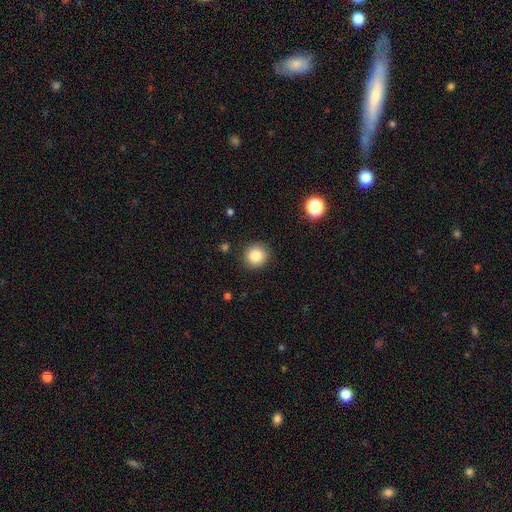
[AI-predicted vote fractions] Smooth or featured: smooth — 85% (star or artifact — 10%)
How rounded: round — 91% (in between — 8%)
Merging: none — 89% (minor disturbance — 8%)